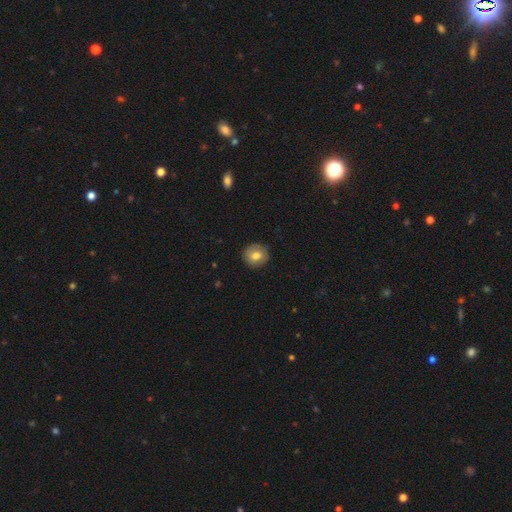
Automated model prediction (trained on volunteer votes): smooth-or-featured: smooth: 77% | featured or disk: 15% | star or artifact: 8%
  how-rounded: round: 91% | in between: 8% | cigar-shaped: 1%
  merging: none: 89% | minor disturbance: 8% | major disturbance: 2% | merger: 1%